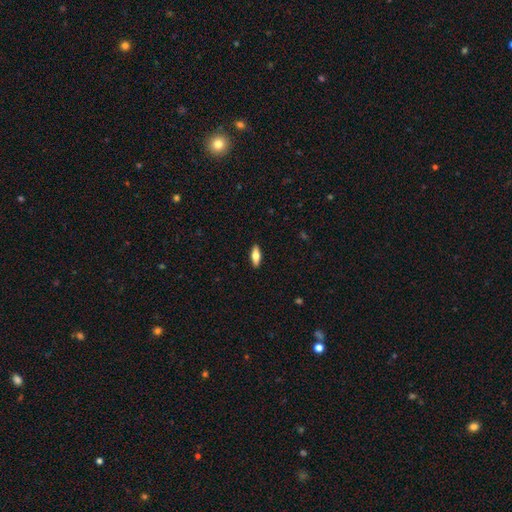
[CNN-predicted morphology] smooth 69%, featured or disk 25%, star or artifact 6%. Down the decision tree: how rounded — in between (69%); merging — none (90%).